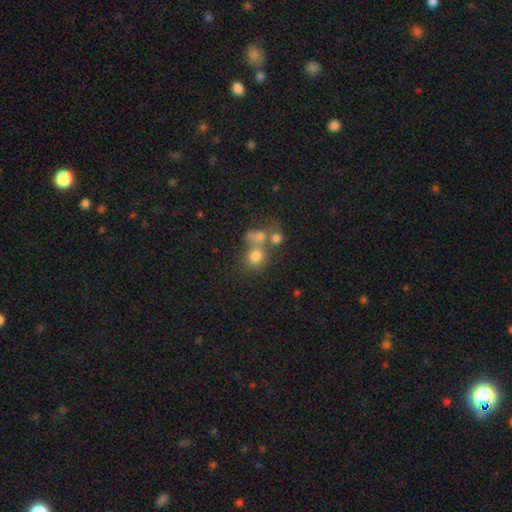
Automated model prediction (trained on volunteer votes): Morphology: type=smooth (72%); roundness=round (79%); merging=none (44%).